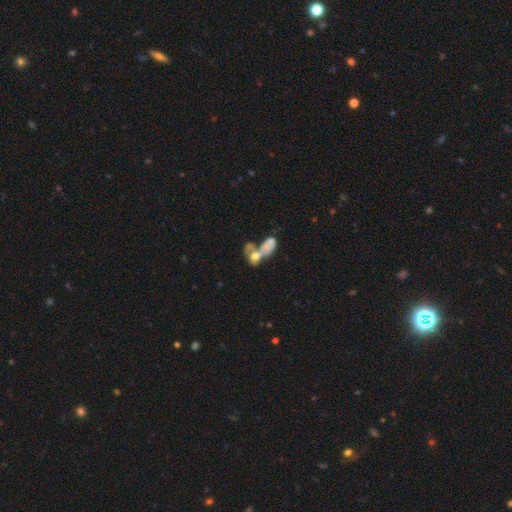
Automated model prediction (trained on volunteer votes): Q: Smooth or featured?
A: smooth (53%); runner-up: featured or disk (36%)
Q: How rounded?
A: in between (73%); runner-up: round (24%)
Q: Merging?
A: merger (73%); runner-up: major disturbance (11%)